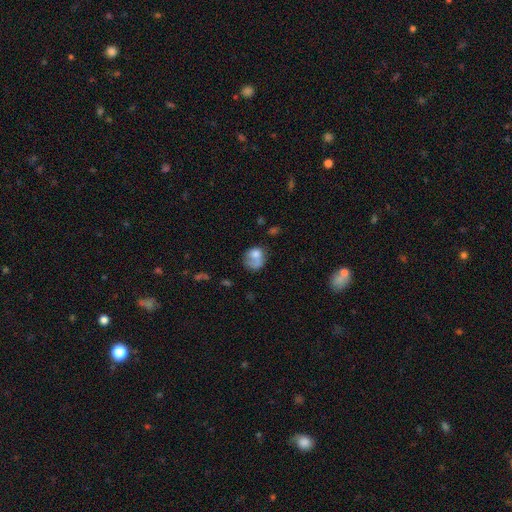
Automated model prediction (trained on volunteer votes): Morphology: type=smooth (66%); roundness=round (59%); merging=none (32%).